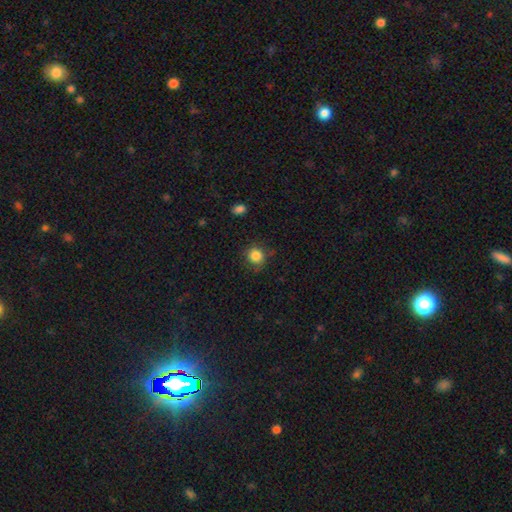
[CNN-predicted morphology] This appears to be a smooth galaxy with no disk features (85%) that is round (90%). Merging: none (80%).